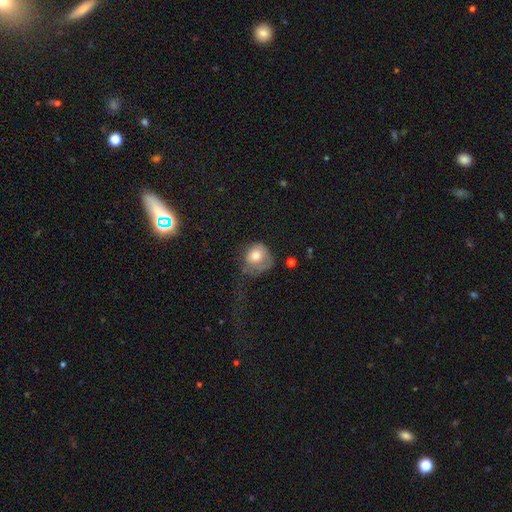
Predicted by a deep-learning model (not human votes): Smooth or featured?
  - smooth: 70% *
  - featured or disk: 21%
  - star or artifact: 8%
How rounded?
  - round: 71% *
  - in between: 28%
  - cigar-shaped: 1%
Merging?
  - major disturbance: 40% *
  - none: 28%
  - minor disturbance: 28%
  - merger: 4%